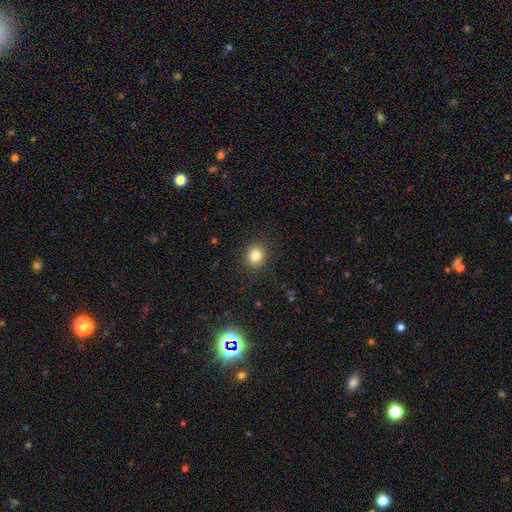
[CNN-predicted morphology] Smooth or featured: smooth — 83% (star or artifact — 11%)
How rounded: round — 79% (in between — 20%)
Merging: none — 89% (minor disturbance — 7%)